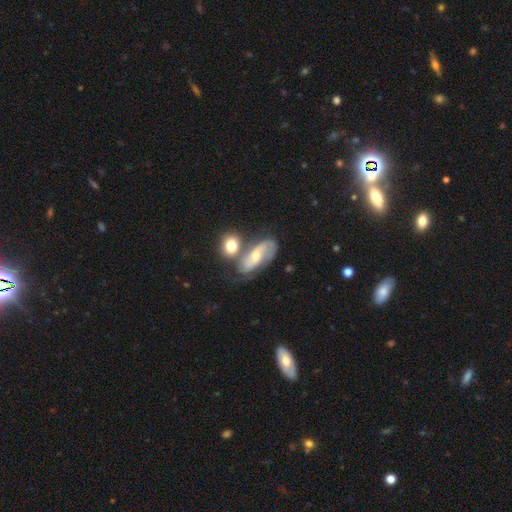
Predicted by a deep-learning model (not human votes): This appears to be a featured or disk galaxy (69%) with a weak bar (40%, tied with no), 2 (81%) medium (46%) spiral arms (90%) and a moderate central bulge (52%). Merging: none (40%).